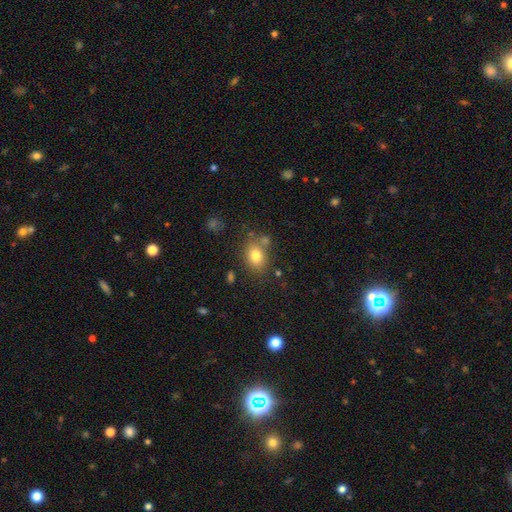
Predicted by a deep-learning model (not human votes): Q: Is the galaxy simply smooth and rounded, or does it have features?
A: smooth — 78%.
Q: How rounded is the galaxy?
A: in between — 66%.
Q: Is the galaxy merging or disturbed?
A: none — 70%.